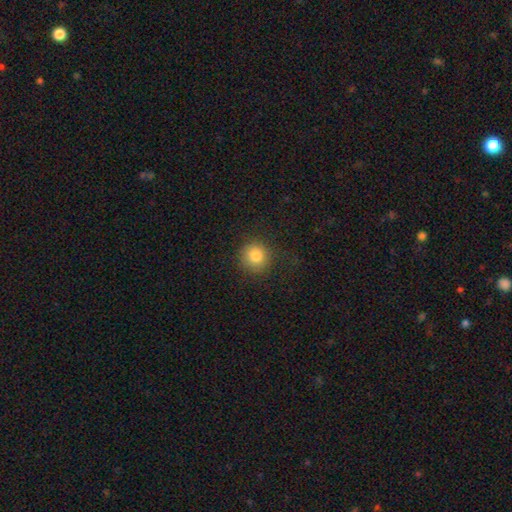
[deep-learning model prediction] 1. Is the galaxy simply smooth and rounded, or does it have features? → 82% smooth, 11% star or artifact, 7% featured or disk.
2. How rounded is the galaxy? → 90% round, 9% in between, 1% cigar-shaped.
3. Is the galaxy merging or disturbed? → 84% none, 10% minor disturbance, 4% major disturbance, 1% merger.